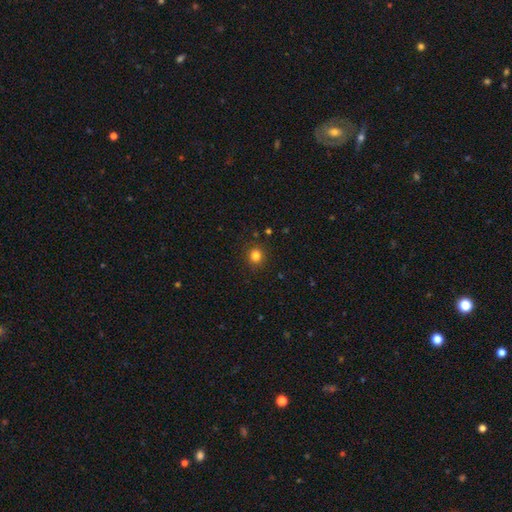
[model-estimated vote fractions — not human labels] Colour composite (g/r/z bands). It shows a smooth galaxy with no disk features (82%) that is round (87%). Merging: none (90%).